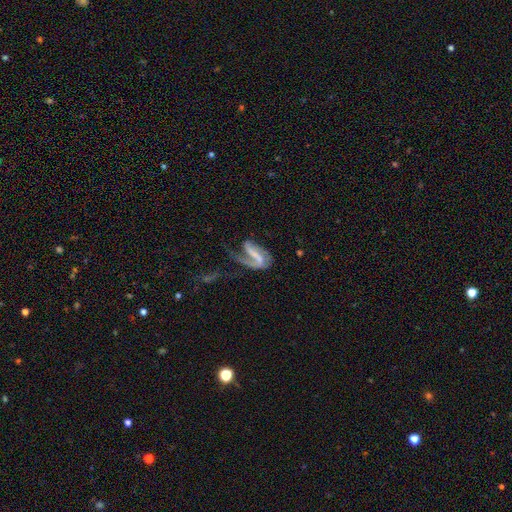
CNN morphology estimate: smooth-or-featured: featured or disk: 73% | smooth: 19% | star or artifact: 8%
  disk-edge-on: no: 95% | yes: 5%
    bar: strong: 49% | weak: 32% | no: 20%
    has-spiral-arms: yes: 84% | no: 16%
      spiral-winding: loose: 56% | medium: 30% | tight: 13%
      spiral-arm-count: 1: 48% | 2: 43% | can't tell: 5% | 3: 1% | 4: 1% | more than 4: 1%
    bulge-size: none: 46% | small: 34% | moderate: 15% | large: 4% | dominant: 2%
  merging: major disturbance: 50% | none: 27% | minor disturbance: 17% | merger: 6%